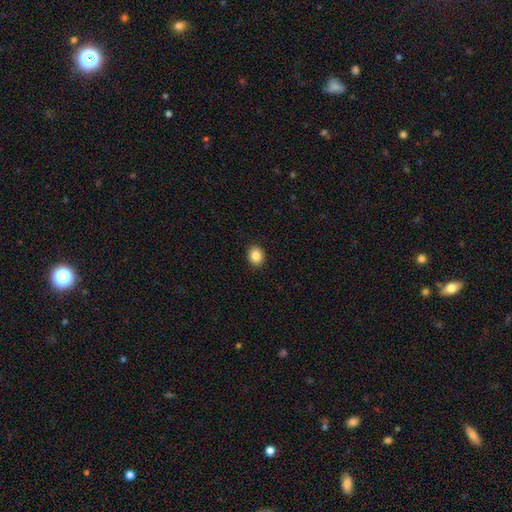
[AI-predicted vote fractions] smooth_or_featured: smooth (p=0.87) [alt: star or artifact p=0.09]
how_rounded: round (p=0.67) [alt: in between p=0.32]
merging: none (p=0.92) [alt: minor disturbance p=0.05]